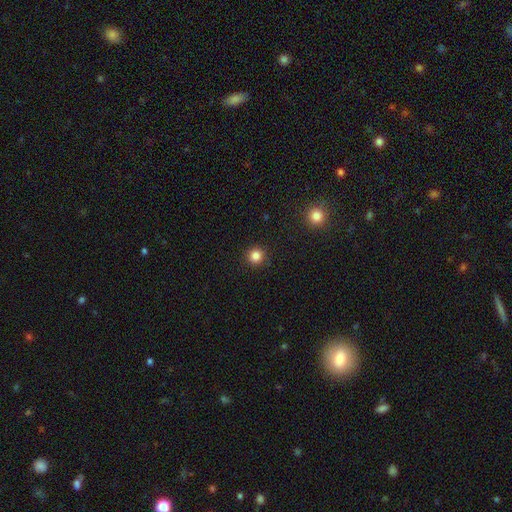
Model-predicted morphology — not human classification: Smooth or featured? smooth (84%)
How rounded? round (95%)
Merging? none (92%)